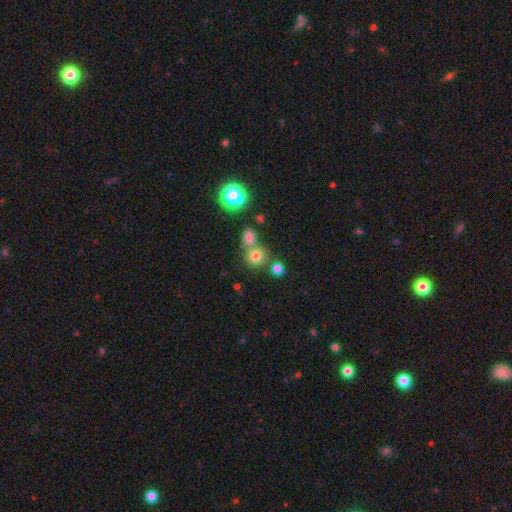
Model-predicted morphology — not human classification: Smooth or featured: smooth — 74% (star or artifact — 18%)
How rounded: round — 87% (in between — 12%)
Merging: none — 60% (merger — 28%)